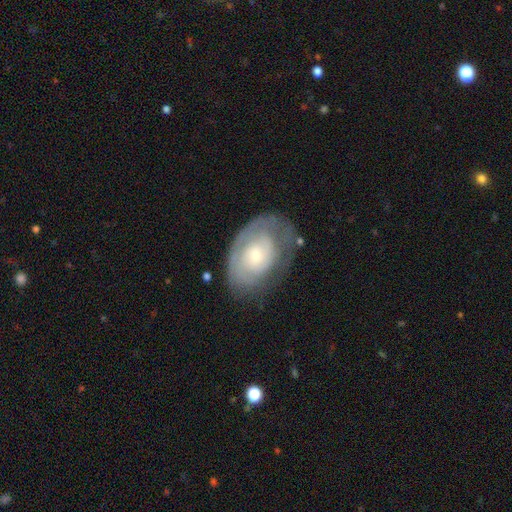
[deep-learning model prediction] Smooth or featured? featured or disk (62%)
Edge-on disk? no (94%)
Bar? no (79%)
Spiral arms? yes (59%)
Bulge size? small (60%)
Merging? none (55%)